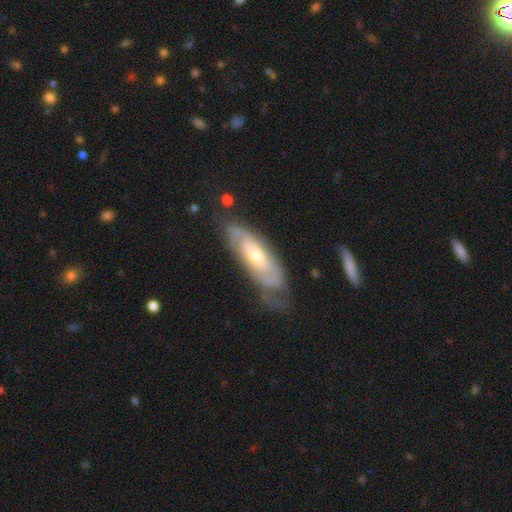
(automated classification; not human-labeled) Smooth or featured?
  - featured or disk: 76% *
  - smooth: 18%
  - star or artifact: 5%
Edge-on disk?
  - no: 86% *
  - yes: 14%
Bar?
  - no: 63% *
  - weak: 28%
  - strong: 9%
Spiral arms?
  - yes: 86% *
  - no: 14%
Spiral winding?
  - tight: 63% *
  - medium: 28%
  - loose: 9%
Spiral arm count?
  - 2: 44% *
  - can't tell: 41%
  - 3: 6%
  - 1: 5%
  - 4: 2%
  - more than 4: 2%
Bulge size?
  - moderate: 57% *
  - small: 35%
  - large: 5%
  - none: 1%
  - dominant: 1%
Merging?
  - none: 62% *
  - minor disturbance: 24%
  - major disturbance: 12%
  - merger: 2%